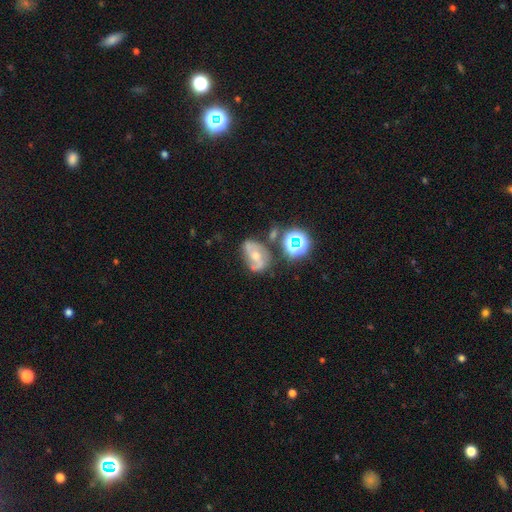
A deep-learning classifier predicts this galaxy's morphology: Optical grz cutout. It shows a featured or disk galaxy (61%) with no bar (51%), spiral arms (80%) and a moderate central bulge (61%). Merging: none (55%).